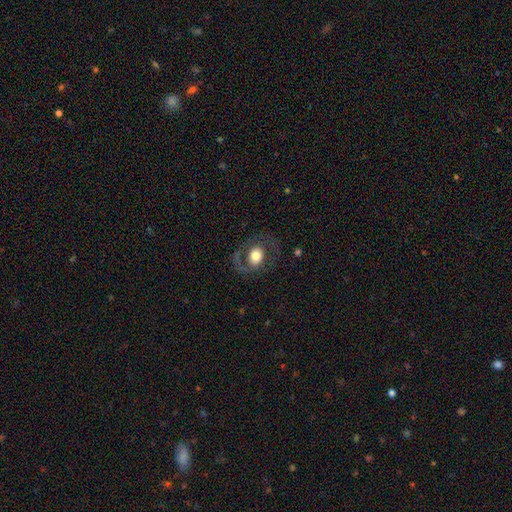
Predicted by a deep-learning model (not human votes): smooth_or_featured: smooth (p=0.48) [alt: featured or disk p=0.44]
merging: none (p=0.70) [alt: major disturbance p=0.14]